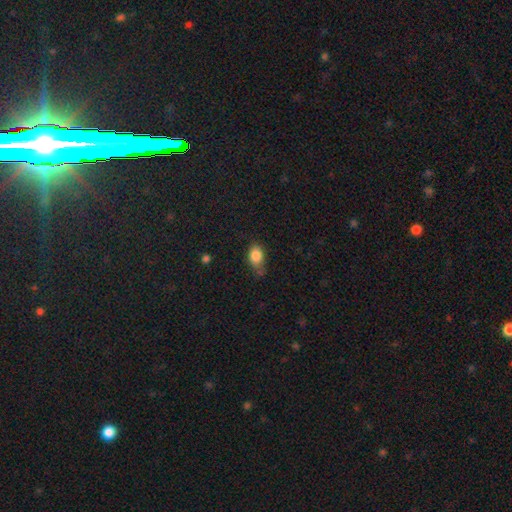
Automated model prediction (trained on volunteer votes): Smooth or featured? Predicted: smooth (p=0.85). How rounded? Predicted: in between (p=0.77). Merging? Predicted: none (p=0.56).